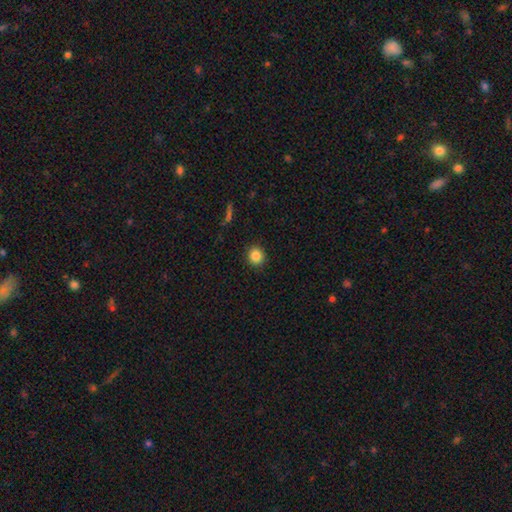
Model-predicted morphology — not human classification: Q: Smooth or featured?
A: smooth (85%); runner-up: star or artifact (10%)
Q: How rounded?
A: round (85%); runner-up: in between (14%)
Q: Merging?
A: none (91%); runner-up: minor disturbance (6%)